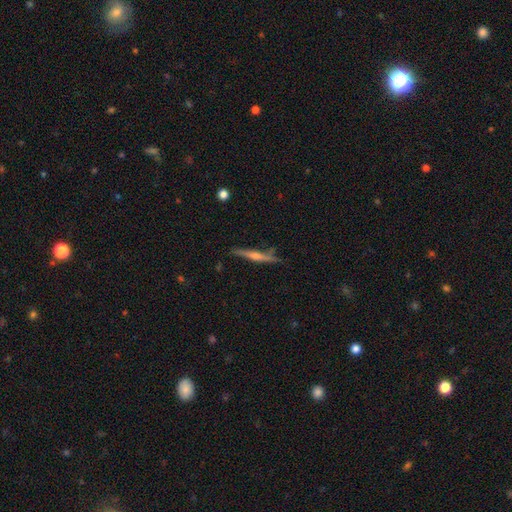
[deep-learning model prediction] Smooth or featured: featured or disk — 68% (smooth — 25%)
Edge-on disk: yes — 97% (no — 3%)
Edge-on bulge: rounded — 77% (none — 15%)
Merging: none — 83% (minor disturbance — 12%)